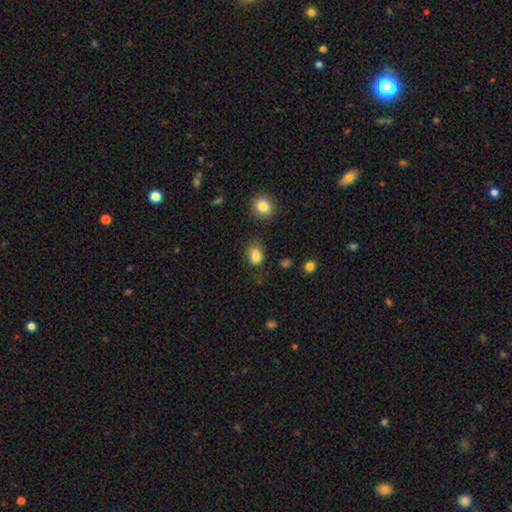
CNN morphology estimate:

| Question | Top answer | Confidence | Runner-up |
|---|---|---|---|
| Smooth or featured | smooth | 85% | star or artifact (11%) |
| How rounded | in between | 64% | round (35%) |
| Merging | none | 68% | minor disturbance (22%) |